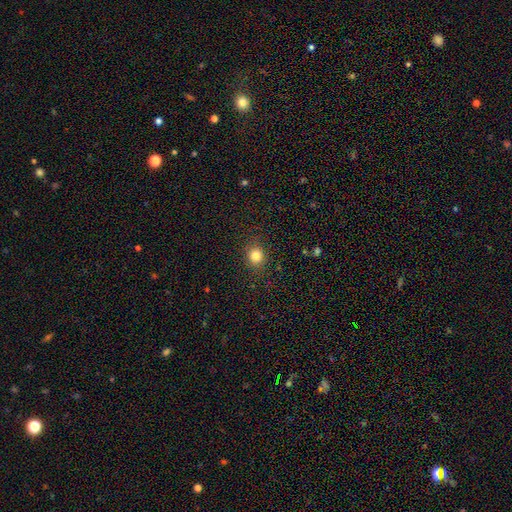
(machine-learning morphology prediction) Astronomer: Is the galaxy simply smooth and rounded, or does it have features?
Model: smooth — 82%.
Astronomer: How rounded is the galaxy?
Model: round — 80%.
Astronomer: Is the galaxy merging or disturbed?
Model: none — 87%.